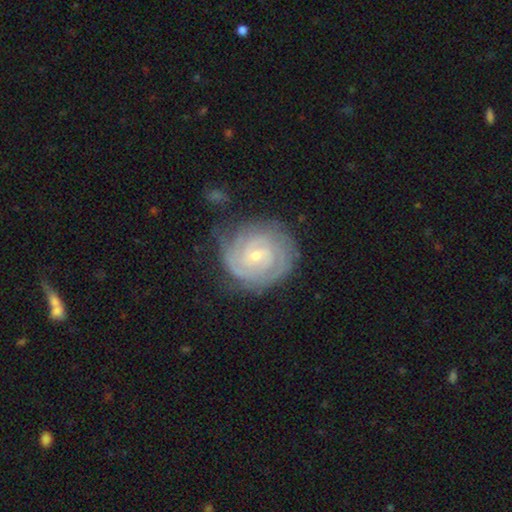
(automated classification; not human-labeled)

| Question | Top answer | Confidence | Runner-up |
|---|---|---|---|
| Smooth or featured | featured or disk | 84% | smooth (10%) |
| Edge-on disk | no | 98% | yes (2%) |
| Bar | no | 50% | weak (40%) |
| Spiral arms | yes | 96% | no (4%) |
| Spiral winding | tight | 79% | medium (18%) |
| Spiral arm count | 2 | 32% | can't tell (27%) |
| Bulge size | small | 73% | moderate (23%) |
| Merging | none | 73% | minor disturbance (19%) |